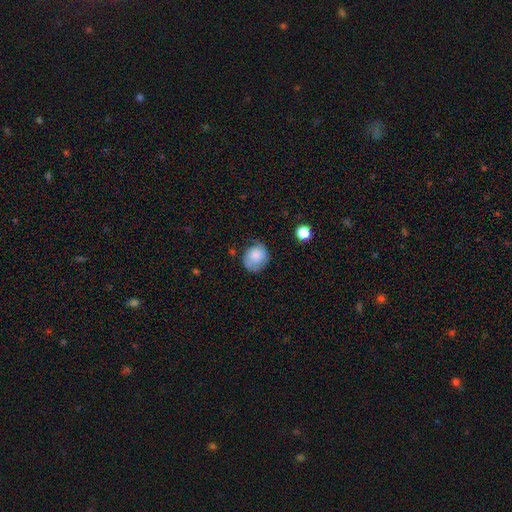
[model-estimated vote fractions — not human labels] The model was most divided on "merging": none: 59%, minor disturbance: 29%, major disturbance: 10%, merger: 3%. More confident: smooth or featured — smooth (74%); how rounded — round (68%).